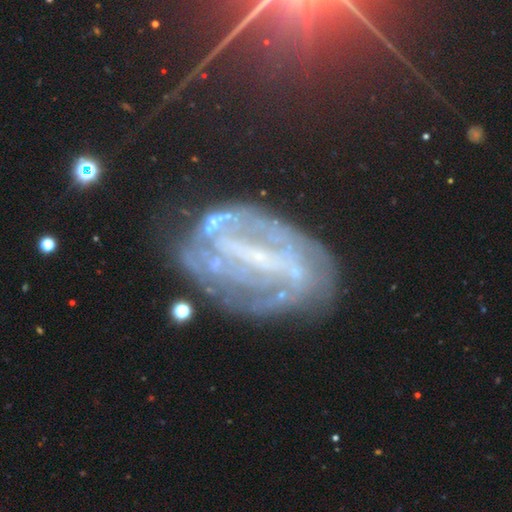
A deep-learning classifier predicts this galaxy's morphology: type=featured or disk (75%); edge-on=no (93%); bar=strong (61%); spiral arms=yes (71%); bulge=small (50%); merging=none (58%).